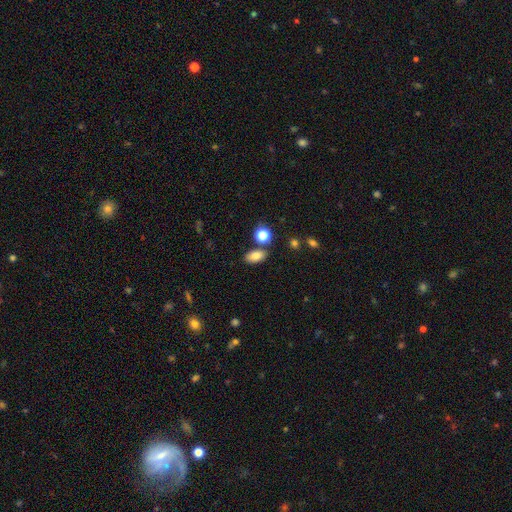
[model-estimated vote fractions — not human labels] smooth_or_featured: smooth (p=0.80) [alt: star or artifact p=0.11]
how_rounded: in between (p=0.87) [alt: round p=0.10]
merging: none (p=0.78) [alt: minor disturbance p=0.10]